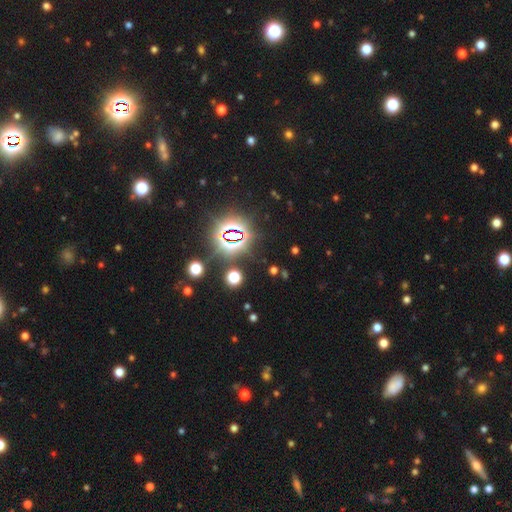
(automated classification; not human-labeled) Q: Smooth or featured?
A: star or artifact (80%); runner-up: smooth (13%)